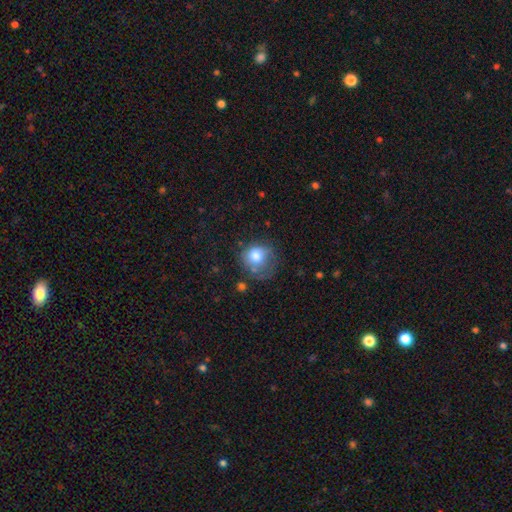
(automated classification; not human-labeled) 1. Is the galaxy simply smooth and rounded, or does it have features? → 73% smooth, 18% featured or disk, 9% star or artifact.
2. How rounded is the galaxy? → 77% round, 22% in between, 1% cigar-shaped.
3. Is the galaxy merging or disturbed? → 40% none, 30% minor disturbance, 26% major disturbance, 5% merger.